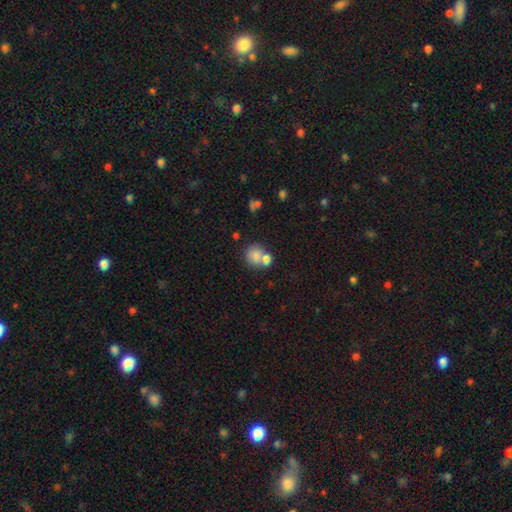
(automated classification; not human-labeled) smooth_or_featured: smooth (p=0.77) [alt: featured or disk p=0.13]
how_rounded: round (p=0.78) [alt: in between p=0.21]
merging: merger (p=0.45) [alt: none p=0.41]